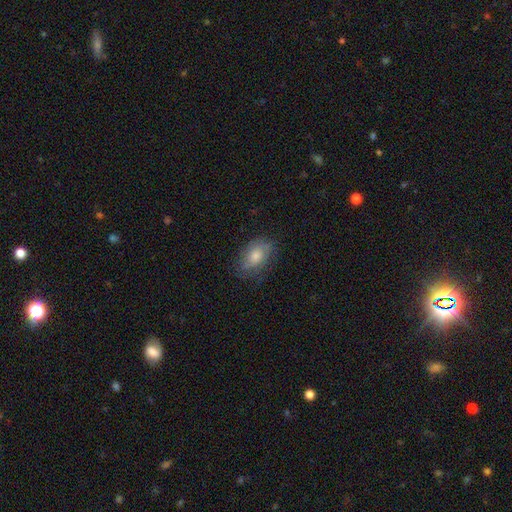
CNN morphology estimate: Smooth or featured: smooth — 62% (featured or disk — 28%)
How rounded: in between — 85% (round — 13%)
Merging: none — 74% (minor disturbance — 19%)